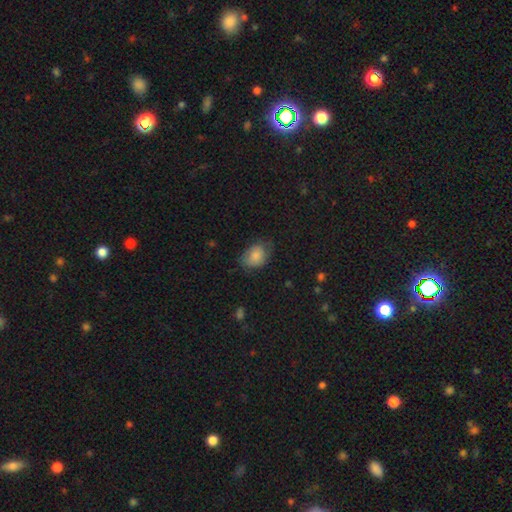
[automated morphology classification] A smooth galaxy with no disk features (81%) that is in between round and cigar-shaped (73%). Merging: none (59%).